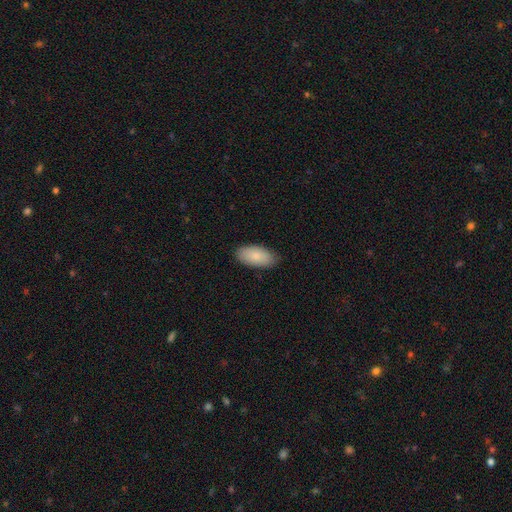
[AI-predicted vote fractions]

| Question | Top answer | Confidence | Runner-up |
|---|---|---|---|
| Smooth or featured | smooth | 84% | featured or disk (10%) |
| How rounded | in between | 93% | cigar-shaped (5%) |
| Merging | none | 84% | minor disturbance (13%) |